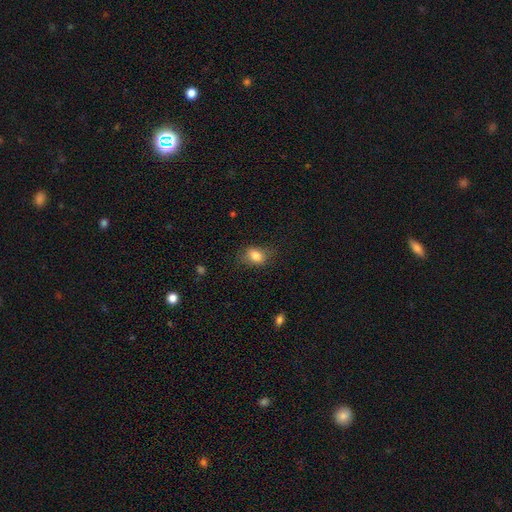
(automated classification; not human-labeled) Smooth or featured?
  - smooth: 81% *
  - featured or disk: 10%
  - star or artifact: 9%
How rounded?
  - in between: 71% *
  - round: 27%
  - cigar-shaped: 2%
Merging?
  - none: 72% *
  - minor disturbance: 20%
  - major disturbance: 6%
  - merger: 1%